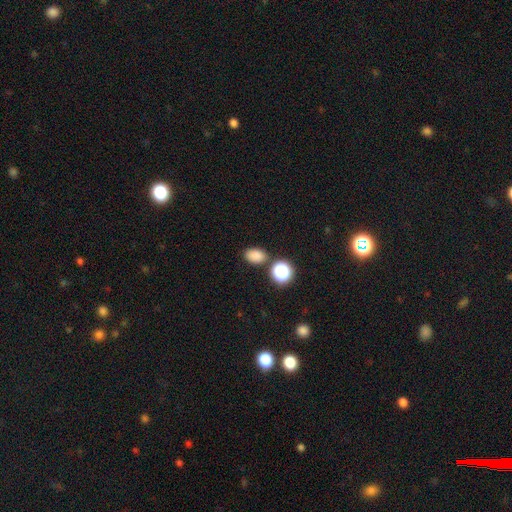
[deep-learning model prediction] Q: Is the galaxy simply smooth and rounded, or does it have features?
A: smooth — 81%.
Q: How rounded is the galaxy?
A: in between — 76%.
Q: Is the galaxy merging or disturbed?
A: none — 79%.